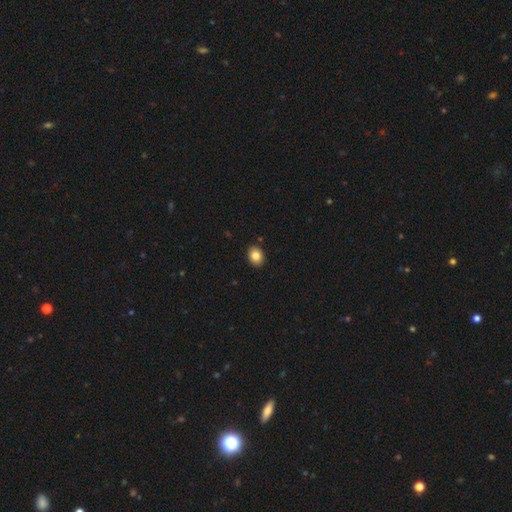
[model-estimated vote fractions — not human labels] Smooth or featured?
  - smooth: 84% *
  - star or artifact: 9%
  - featured or disk: 7%
How rounded?
  - in between: 54% *
  - round: 45%
  - cigar-shaped: 1%
Merging?
  - none: 90% *
  - minor disturbance: 7%
  - major disturbance: 2%
  - merger: 1%